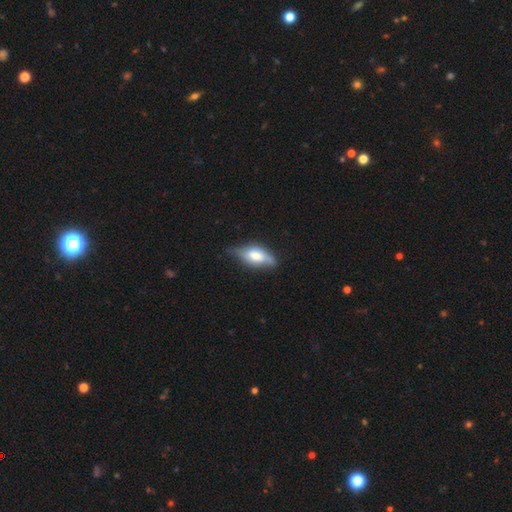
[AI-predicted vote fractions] Smooth or featured? smooth (52%)
How rounded? in between (79%)
Merging? none (59%)